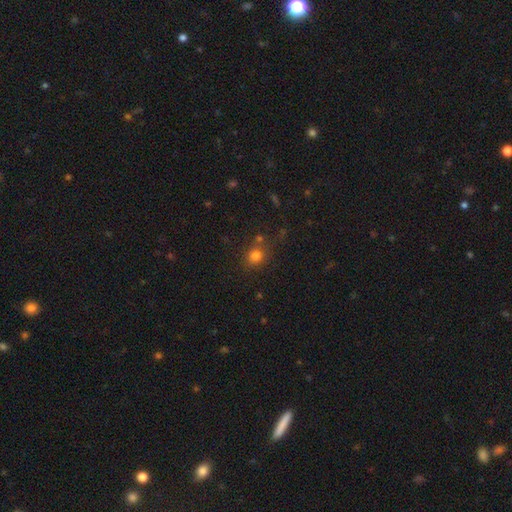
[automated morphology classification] Smooth or featured? smooth (78%)
How rounded? round (78%)
Merging? none (71%)